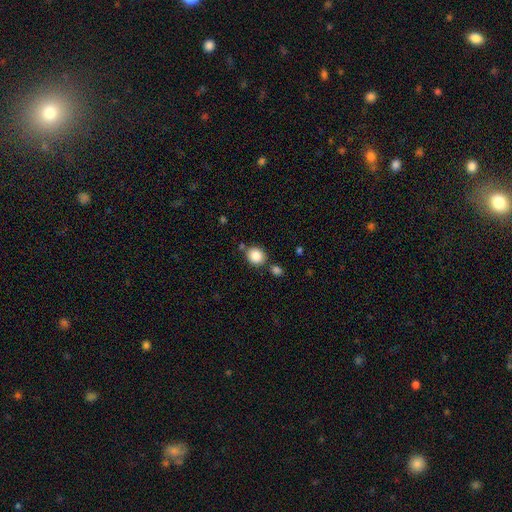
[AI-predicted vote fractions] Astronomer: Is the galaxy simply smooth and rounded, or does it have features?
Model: smooth — 86%.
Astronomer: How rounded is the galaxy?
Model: round — 74%.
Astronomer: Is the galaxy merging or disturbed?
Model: none — 74%.